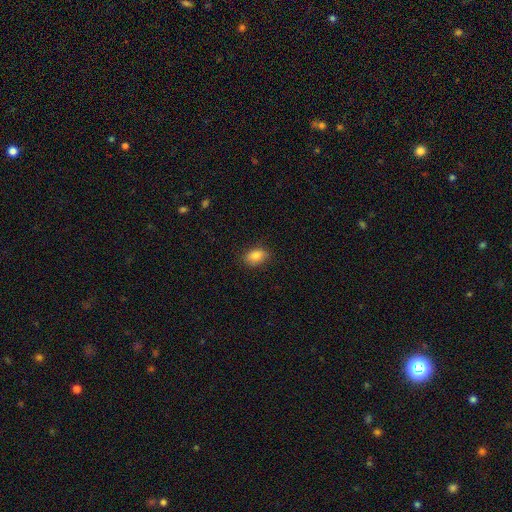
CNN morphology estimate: Smooth or featured?
  - smooth: 84% *
  - star or artifact: 9%
  - featured or disk: 7%
How rounded?
  - in between: 79% *
  - round: 19%
  - cigar-shaped: 2%
Merging?
  - none: 84% *
  - minor disturbance: 13%
  - major disturbance: 3%
  - merger: 1%